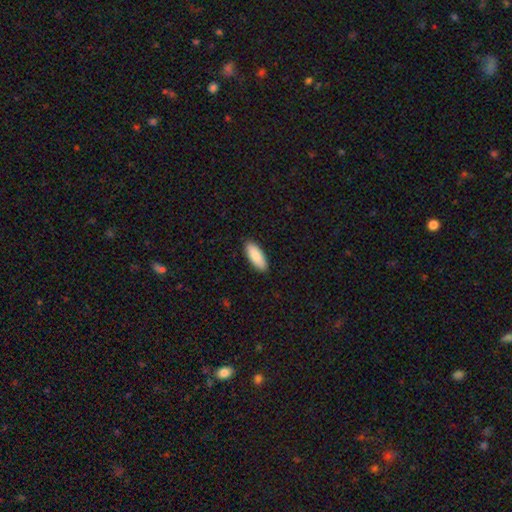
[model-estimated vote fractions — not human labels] smooth-or-featured: smooth: 90% | star or artifact: 5% | featured or disk: 5%
  how-rounded: in between: 74% | cigar-shaped: 25% | round: 2%
  merging: none: 90% | minor disturbance: 7% | major disturbance: 2% | merger: 1%